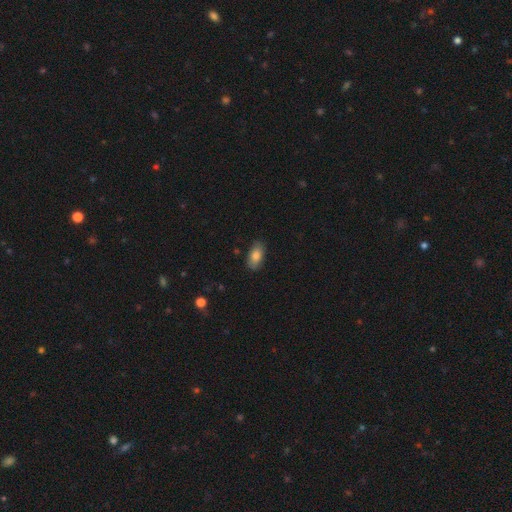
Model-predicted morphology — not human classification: type=smooth (82%); roundness=in between (92%); merging=none (84%).